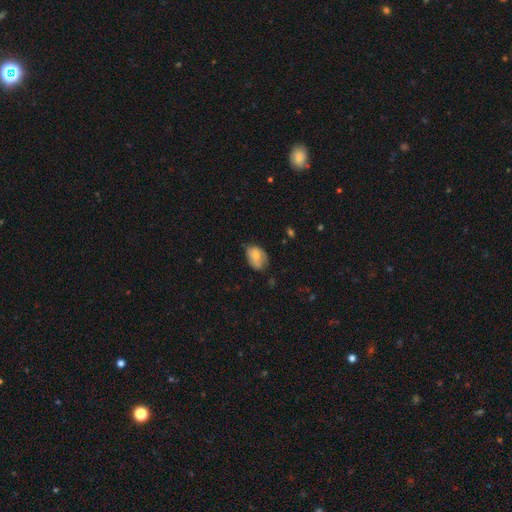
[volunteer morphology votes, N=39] smooth-or-featured: smooth: 67% | featured or disk: 28% | star or artifact: 5%
  how-rounded: in between: 92% | round: 8% | cigar-shaped: 0%
  merging: minor disturbance: 41% | none: 38% | major disturbance: 11% | merger: 11%